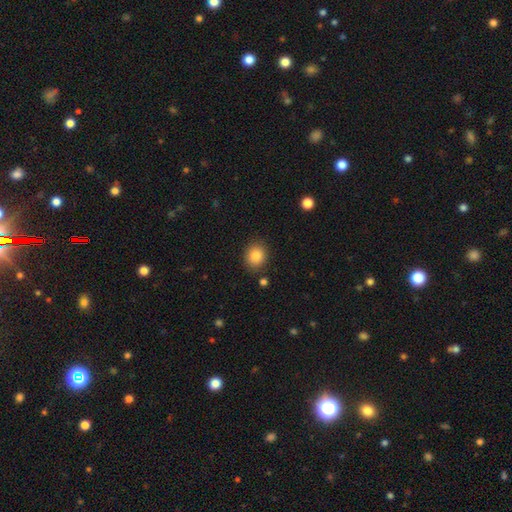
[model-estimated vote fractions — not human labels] Smooth or featured?
  - smooth: 86% *
  - star or artifact: 9%
  - featured or disk: 5%
How rounded?
  - round: 67% *
  - in between: 32%
  - cigar-shaped: 1%
Merging?
  - none: 85% *
  - minor disturbance: 9%
  - major disturbance: 3%
  - merger: 3%